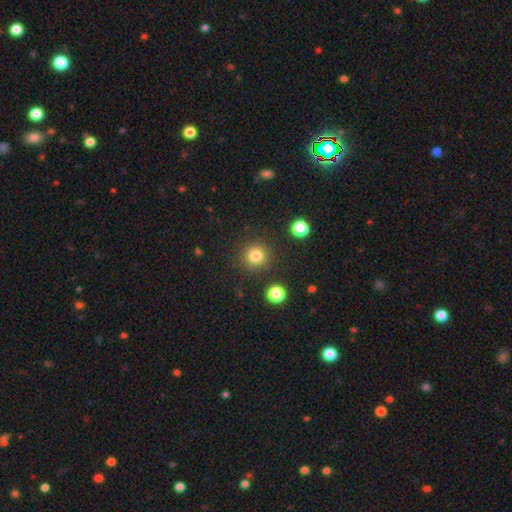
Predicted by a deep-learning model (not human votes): Overall: smooth (82%). How rounded: round (93%). Merging: none (86%).